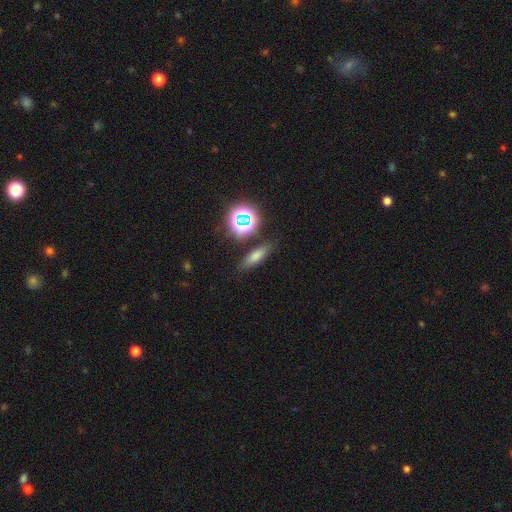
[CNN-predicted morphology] Smooth or featured?
  - smooth: 59% *
  - star or artifact: 22%
  - featured or disk: 19%
How rounded?
  - cigar-shaped: 52% *
  - in between: 37%
  - round: 11%
Merging?
  - none: 83% *
  - minor disturbance: 10%
  - merger: 4%
  - major disturbance: 3%